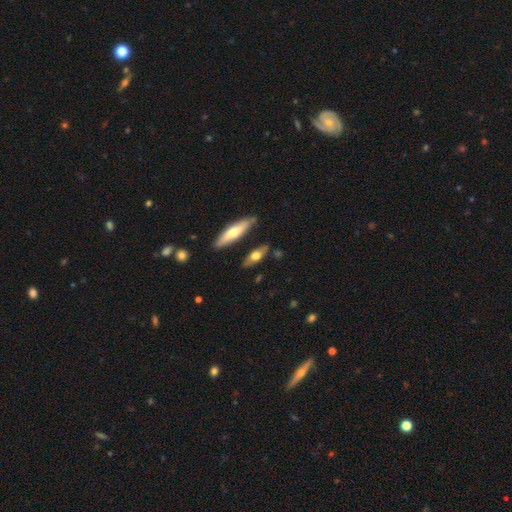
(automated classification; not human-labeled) Q: Smooth or featured?
A: smooth (54%); runner-up: featured or disk (39%)
Q: How rounded?
A: cigar-shaped (50%); runner-up: in between (46%)
Q: Merging?
A: none (75%); runner-up: minor disturbance (15%)